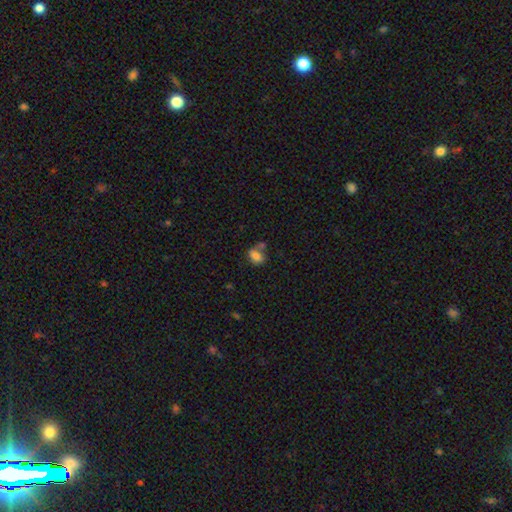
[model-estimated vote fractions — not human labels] smooth 75%, featured or disk 13%, star or artifact 13%. Down the decision tree: how rounded — in between (77%); merging — none (36%).